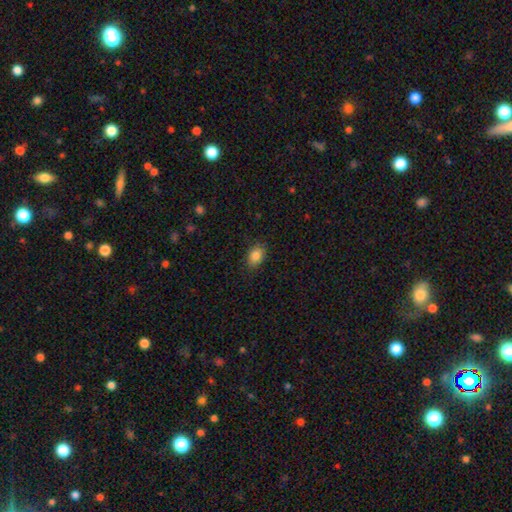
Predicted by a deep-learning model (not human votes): Smooth or featured: smooth — 85% (star or artifact — 9%)
How rounded: in between — 79% (round — 19%)
Merging: none — 84% (minor disturbance — 12%)